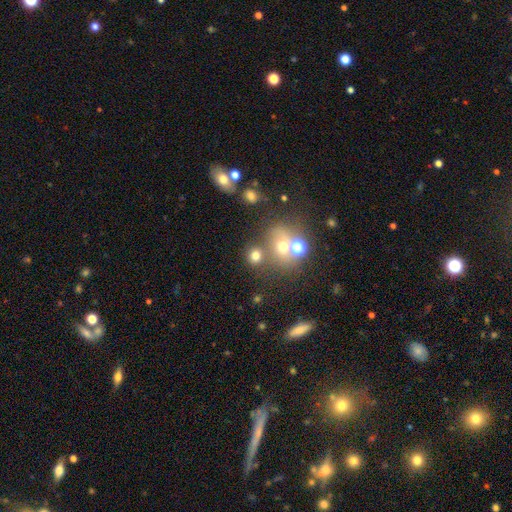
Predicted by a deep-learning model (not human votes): Smooth or featured? smooth (67%)
How rounded? round (80%)
Merging? none (63%)